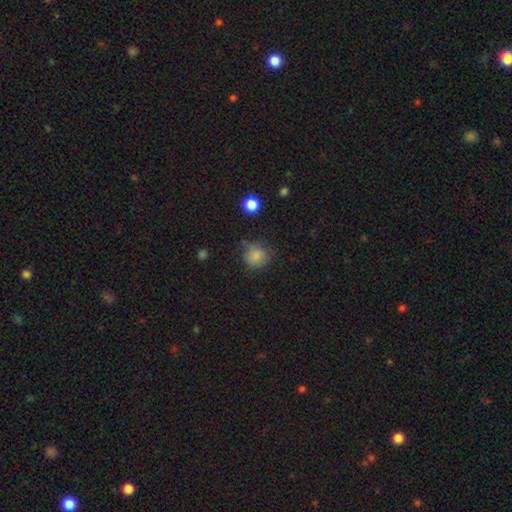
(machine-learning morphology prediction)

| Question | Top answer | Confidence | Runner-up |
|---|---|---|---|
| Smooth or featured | smooth | 83% | star or artifact (11%) |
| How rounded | round | 88% | in between (11%) |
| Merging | none | 77% | minor disturbance (15%) |